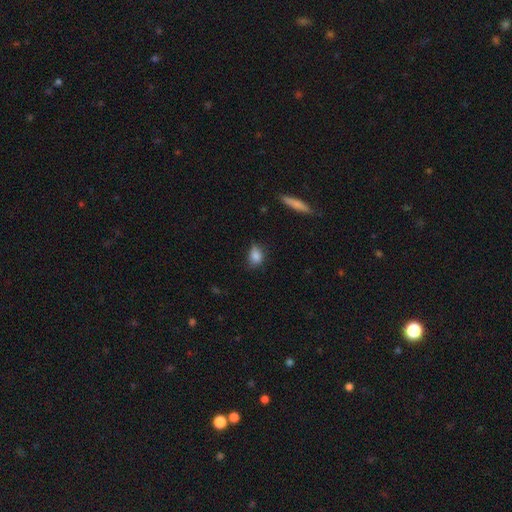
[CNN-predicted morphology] Overall: smooth (84%). How rounded: in between (69%). Merging: none (56%; minor disturbance 34%).